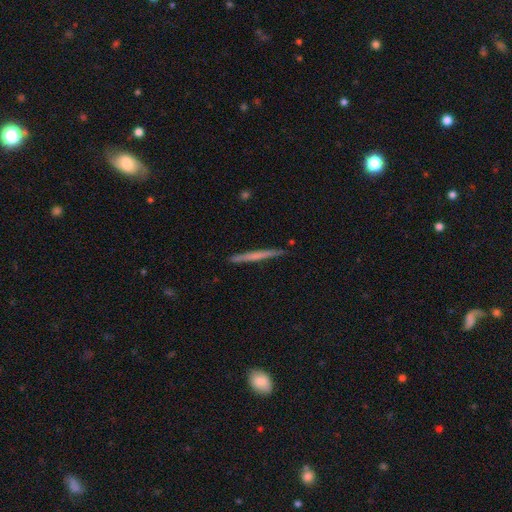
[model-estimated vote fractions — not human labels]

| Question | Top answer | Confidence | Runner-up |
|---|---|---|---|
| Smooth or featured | featured or disk | 50% | smooth (44%) |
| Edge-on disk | yes | 97% | no (3%) |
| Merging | none | 90% | minor disturbance (7%) |